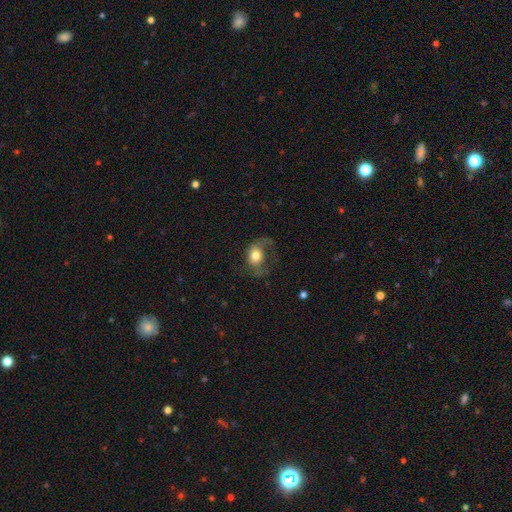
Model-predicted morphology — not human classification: The model was most divided on "merging": major disturbance: 38%, none: 36%, minor disturbance: 24%, merger: 2%. More confident: smooth or featured — smooth (65%); how rounded — in between (56%).